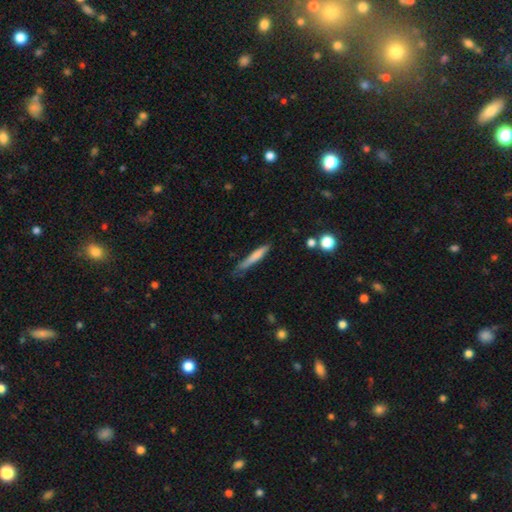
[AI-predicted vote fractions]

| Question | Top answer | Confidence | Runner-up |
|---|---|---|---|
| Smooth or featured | smooth | 72% | featured or disk (21%) |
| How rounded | cigar-shaped | 92% | in between (6%) |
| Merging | none | 59% | minor disturbance (30%) |